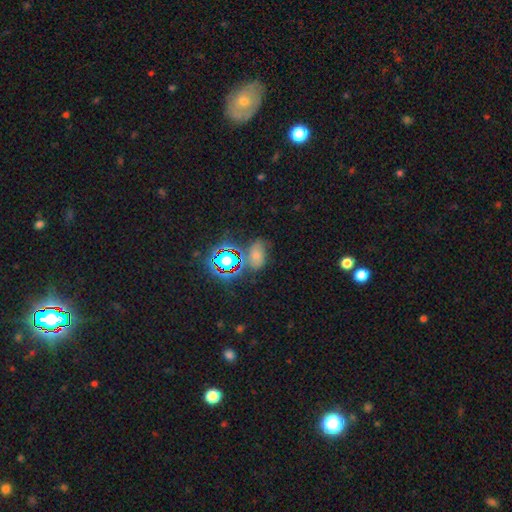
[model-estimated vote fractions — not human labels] Overall: smooth (49%; star or artifact 35%). Merging: none (54%; minor disturbance 23%).